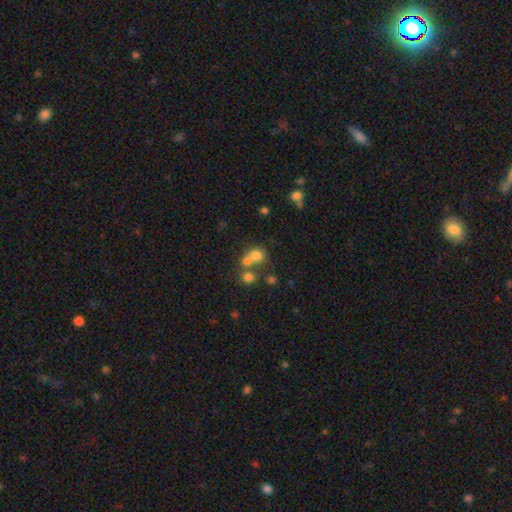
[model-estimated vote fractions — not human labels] smooth_or_featured: smooth (p=0.68) [alt: star or artifact p=0.17]
how_rounded: round (p=0.78) [alt: in between p=0.21]
merging: merger (p=0.46) [alt: none p=0.41]